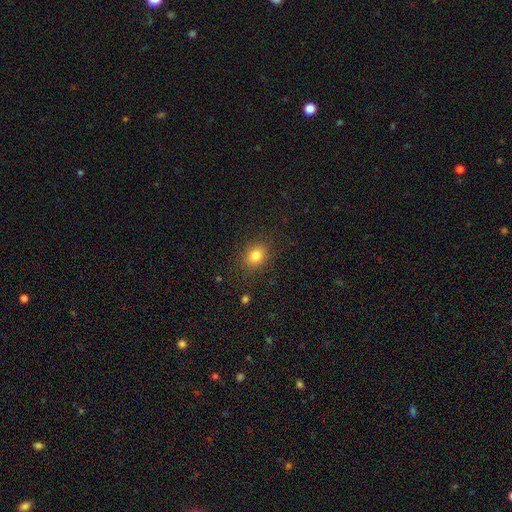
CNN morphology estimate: Smooth or featured: smooth — 81% (star or artifact — 12%)
How rounded: round — 55% (in between — 44%)
Merging: none — 86% (minor disturbance — 9%)